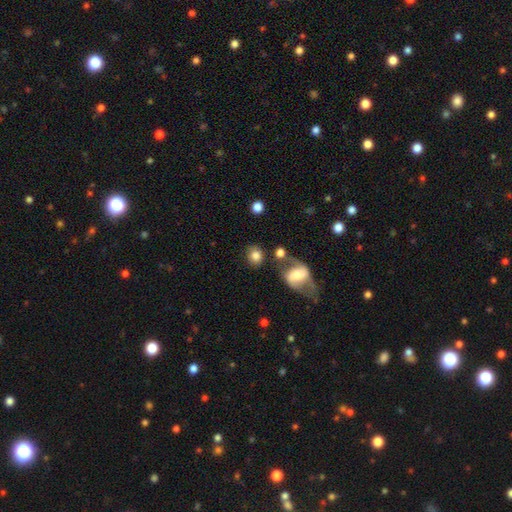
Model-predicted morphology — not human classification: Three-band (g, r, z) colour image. It shows a smooth galaxy with no disk features (78%) that is round (78%). Merging: none (70%).